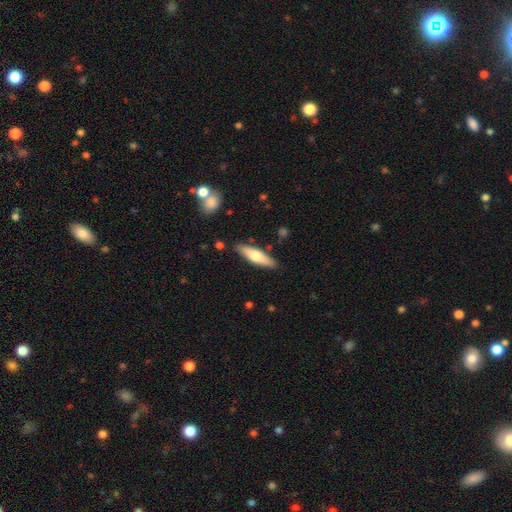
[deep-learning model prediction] Smooth or featured? Predicted: smooth (p=0.61). How rounded? Predicted: cigar-shaped (p=0.68). Merging? Predicted: none (p=0.86).